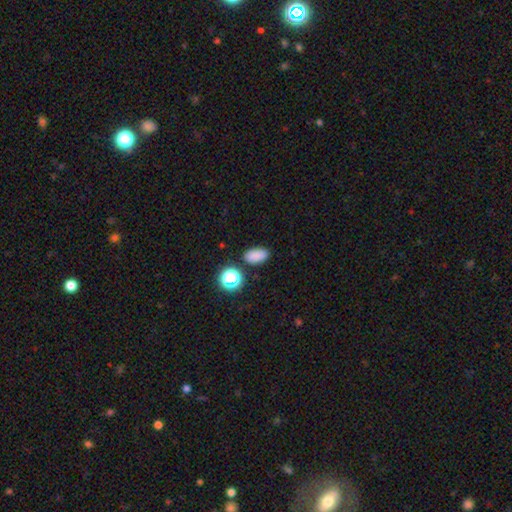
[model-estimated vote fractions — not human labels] Smooth or featured: smooth — 82% (star or artifact — 13%)
How rounded: in between — 89% (round — 8%)
Merging: none — 84% (minor disturbance — 9%)